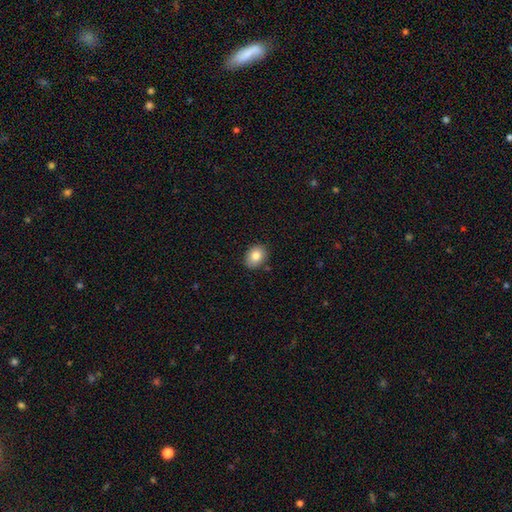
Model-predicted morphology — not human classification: A smooth galaxy with no disk features (83%) that is in between round and cigar-shaped (61%). Merging: none (85%).